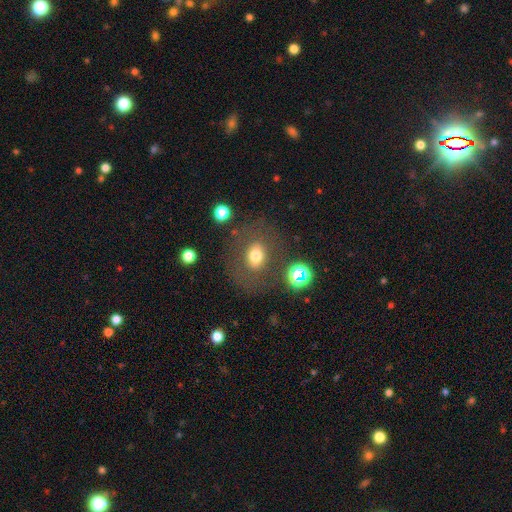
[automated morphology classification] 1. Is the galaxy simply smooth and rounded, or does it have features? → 67% smooth, 19% featured or disk, 14% star or artifact.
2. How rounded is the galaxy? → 50% round, 49% in between, 1% cigar-shaped.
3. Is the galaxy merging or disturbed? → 71% none, 14% minor disturbance, 11% major disturbance, 4% merger.